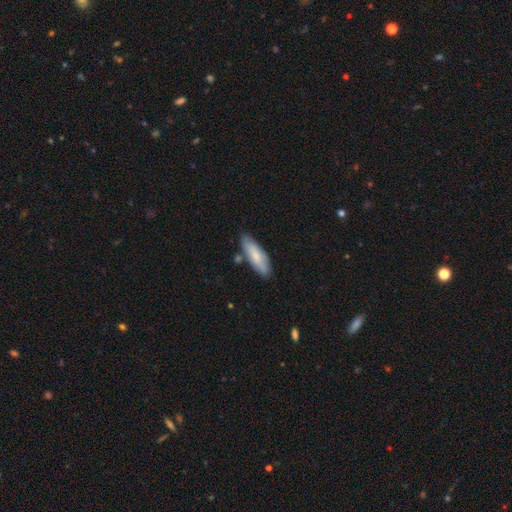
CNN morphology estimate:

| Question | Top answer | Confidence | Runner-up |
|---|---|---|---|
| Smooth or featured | smooth | 73% | featured or disk (22%) |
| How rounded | in between | 54% | cigar-shaped (44%) |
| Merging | none | 75% | minor disturbance (16%) |